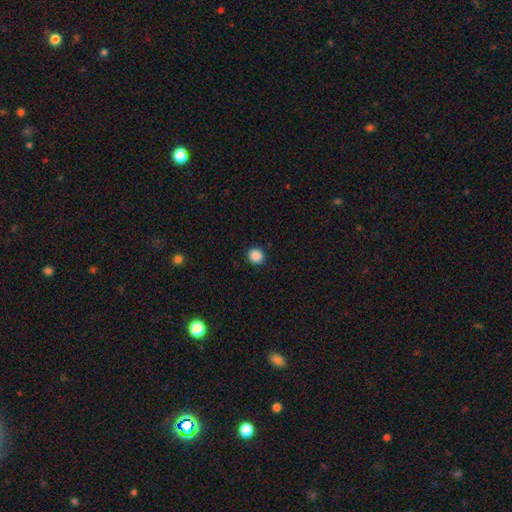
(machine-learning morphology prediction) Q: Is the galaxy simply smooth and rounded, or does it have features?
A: smooth — 88%.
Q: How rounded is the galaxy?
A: round — 91%.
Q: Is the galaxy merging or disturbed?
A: none — 92%.